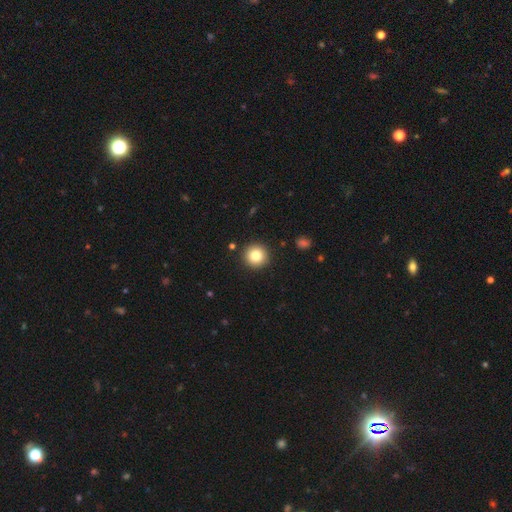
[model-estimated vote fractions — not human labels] Q: Smooth or featured?
A: smooth (82%); runner-up: star or artifact (10%)
Q: How rounded?
A: round (95%); runner-up: in between (4%)
Q: Merging?
A: none (91%); runner-up: minor disturbance (5%)